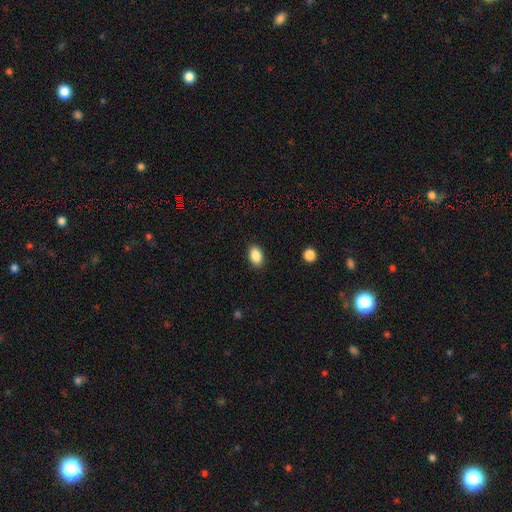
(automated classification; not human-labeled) This is clearly a smooth galaxy (88%). How rounded: clearly in between (89%). Merging: clearly none (89%).